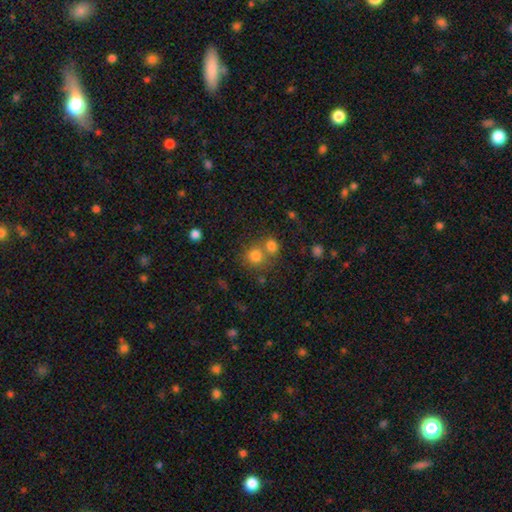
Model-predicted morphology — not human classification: Smooth or featured?
  - smooth: 77% *
  - star or artifact: 14%
  - featured or disk: 9%
How rounded?
  - round: 86% *
  - in between: 13%
  - cigar-shaped: 1%
Merging?
  - none: 53% *
  - merger: 36%
  - minor disturbance: 8%
  - major disturbance: 3%